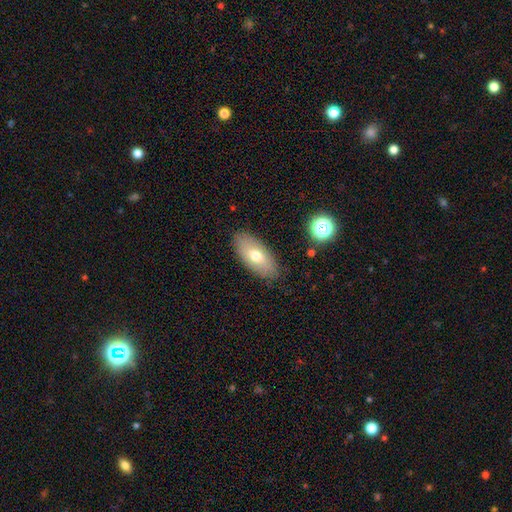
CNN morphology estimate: smooth 67%, featured or disk 25%, star or artifact 8%. Down the decision tree: how rounded — in between (89%); merging — none (85%).